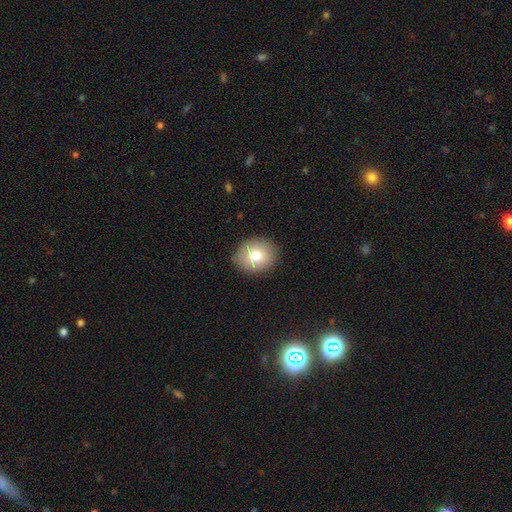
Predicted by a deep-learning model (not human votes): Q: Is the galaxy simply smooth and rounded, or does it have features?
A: smooth — 77%.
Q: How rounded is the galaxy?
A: round — 66%.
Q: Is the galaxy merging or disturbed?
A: none — 86%.